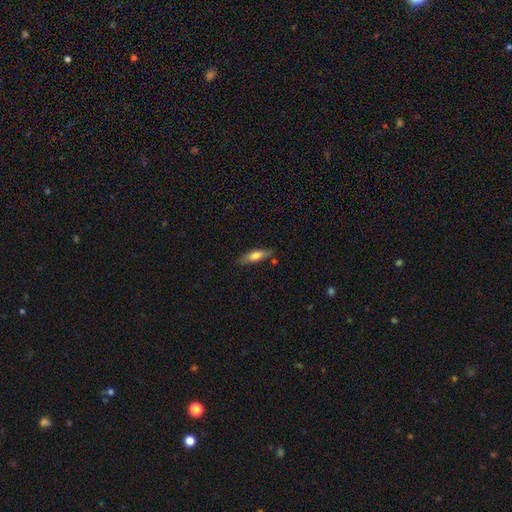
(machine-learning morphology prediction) Smooth or featured: smooth — 65% (featured or disk — 29%)
How rounded: cigar-shaped — 56% (in between — 42%)
Merging: none — 80% (minor disturbance — 14%)